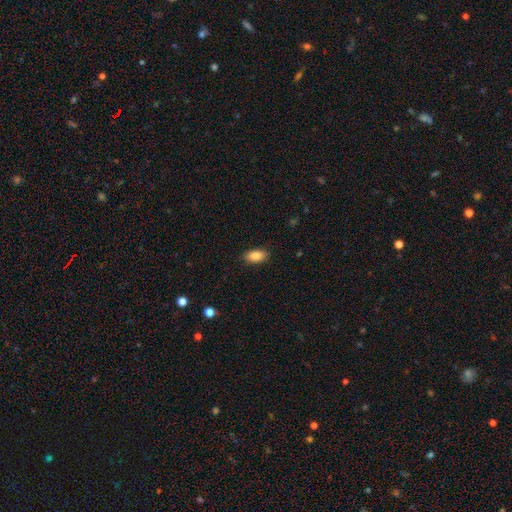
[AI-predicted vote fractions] Morphology: type=smooth (86%); roundness=in between (91%); merging=none (87%).